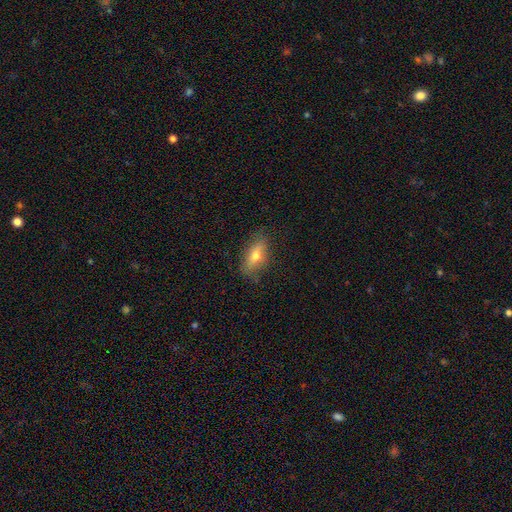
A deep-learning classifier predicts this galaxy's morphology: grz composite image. It shows a smooth galaxy with no disk features (61%) that is in between round and cigar-shaped (70%). Merging: none (81%).